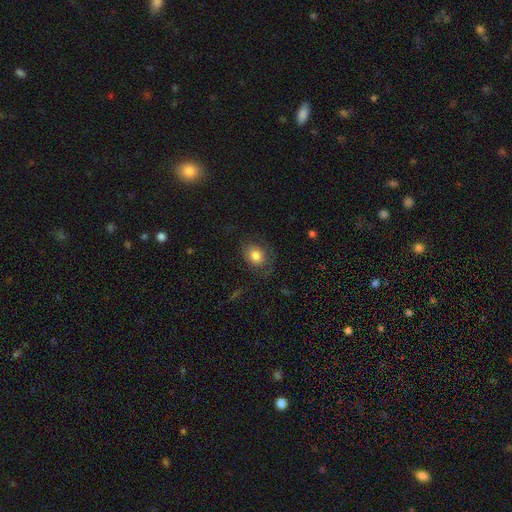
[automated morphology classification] Smooth or featured? Predicted: smooth (p=0.75). How rounded? Predicted: in between (p=0.52). Merging? Predicted: none (p=0.66).